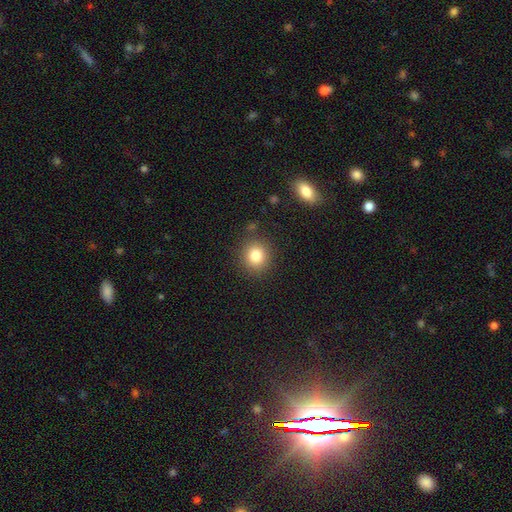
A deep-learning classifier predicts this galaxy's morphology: Smooth or featured? Predicted: smooth (p=0.82). How rounded? Predicted: round (p=0.84). Merging? Predicted: none (p=0.86).